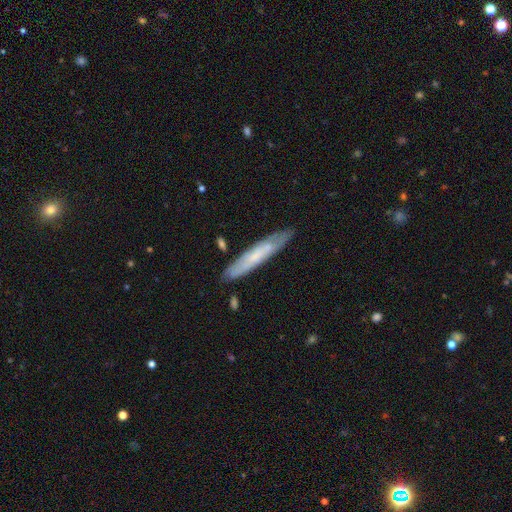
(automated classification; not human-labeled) Morphology: type=smooth (49%); merging=none (81%).